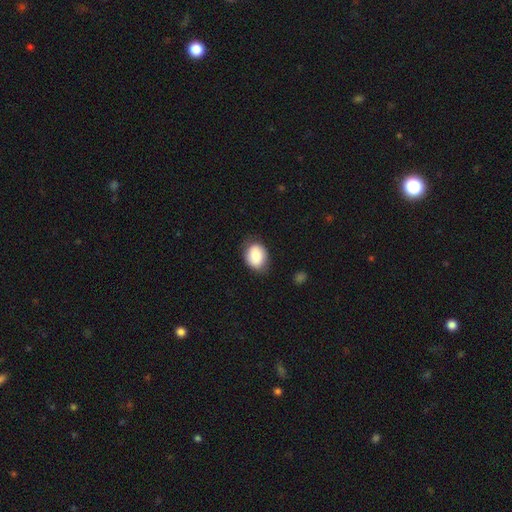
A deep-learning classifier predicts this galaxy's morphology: This appears to be a smooth galaxy with no disk features (85%) that is in between round and cigar-shaped (61%). Merging: none (73%).